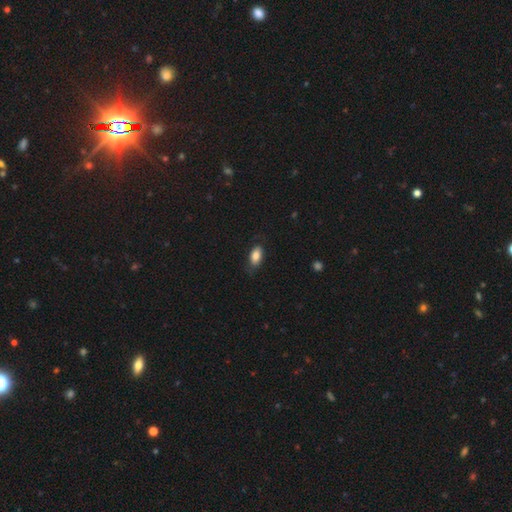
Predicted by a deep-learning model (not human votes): Smooth or featured? smooth (84%)
How rounded? in between (91%)
Merging? none (76%)